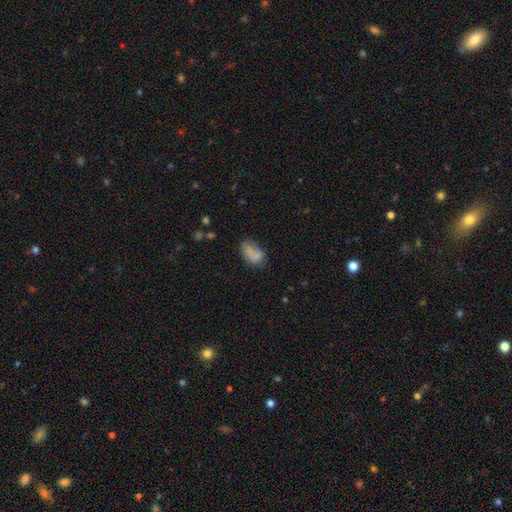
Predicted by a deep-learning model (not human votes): Smooth or featured?
  - smooth: 69% *
  - featured or disk: 19%
  - star or artifact: 12%
How rounded?
  - in between: 85% *
  - round: 13%
  - cigar-shaped: 2%
Merging?
  - none: 44% *
  - minor disturbance: 24%
  - merger: 19%
  - major disturbance: 13%